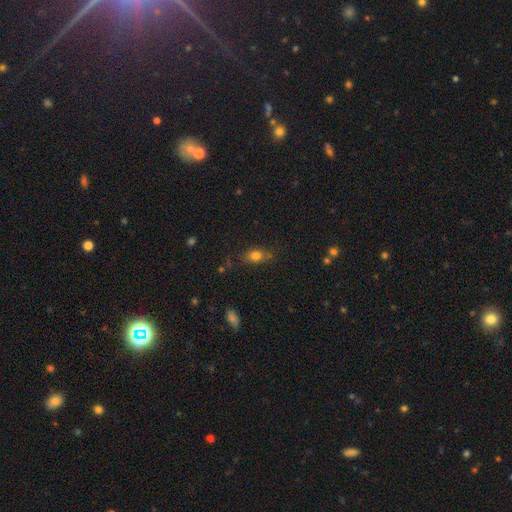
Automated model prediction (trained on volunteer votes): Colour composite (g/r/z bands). It shows a smooth galaxy with no disk features (77%) that is in between round and cigar-shaped (73%). Merging: none (73%).